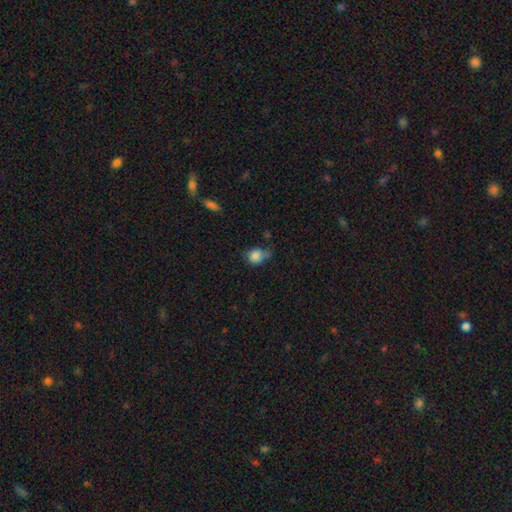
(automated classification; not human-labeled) This appears to be a smooth galaxy with no disk features (81%) that is round (60%). Merging: none (39%, tied with minor disturbance).